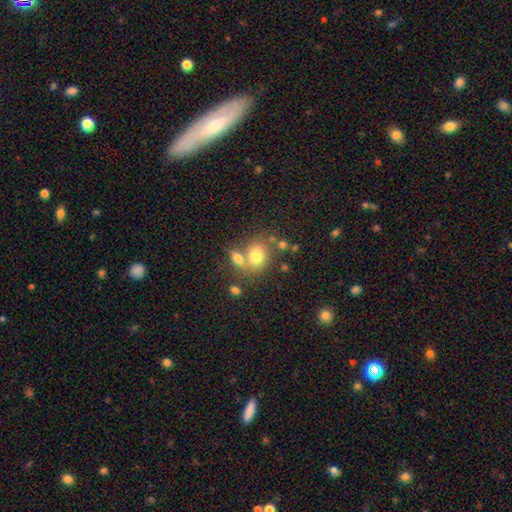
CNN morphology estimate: This appears to be a smooth galaxy with no disk features (73%) that is in between round and cigar-shaped (52%). Merging: none (44%).